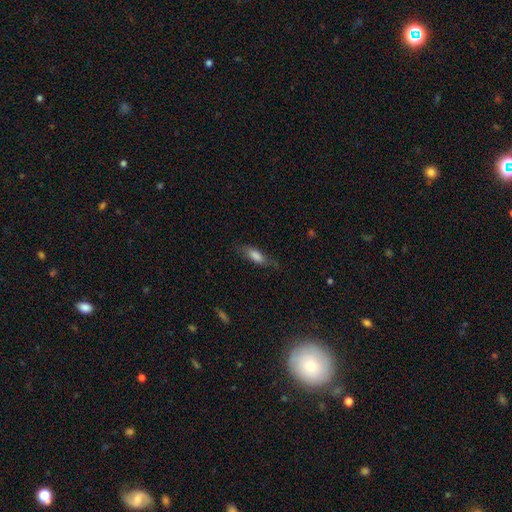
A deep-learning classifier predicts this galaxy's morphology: smooth 74%, featured or disk 19%, star or artifact 7%. Down the decision tree: how rounded — in between (61%); merging — none (67%).